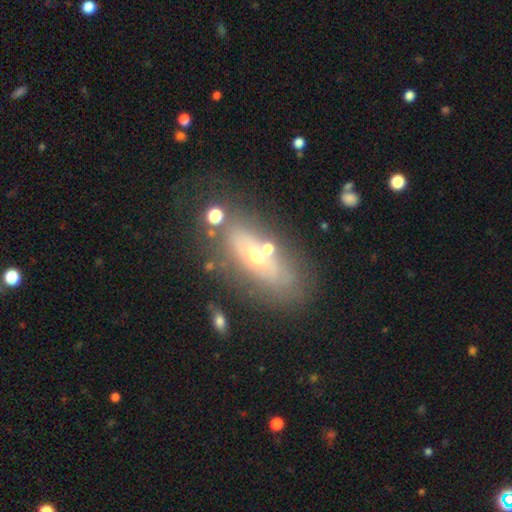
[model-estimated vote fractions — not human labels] Smooth or featured? featured or disk (51%)
Edge-on disk? no (77%)
Merging? none (66%)